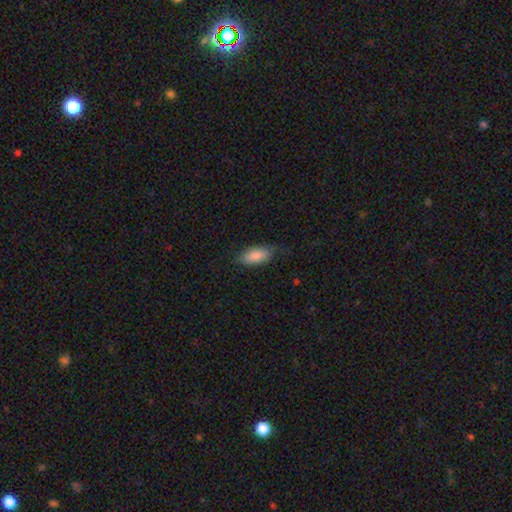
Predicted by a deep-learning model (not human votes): Smooth or featured?
  - smooth: 85% *
  - featured or disk: 9%
  - star or artifact: 6%
How rounded?
  - in between: 88% *
  - cigar-shaped: 10%
  - round: 2%
Merging?
  - none: 71% *
  - minor disturbance: 22%
  - major disturbance: 6%
  - merger: 1%